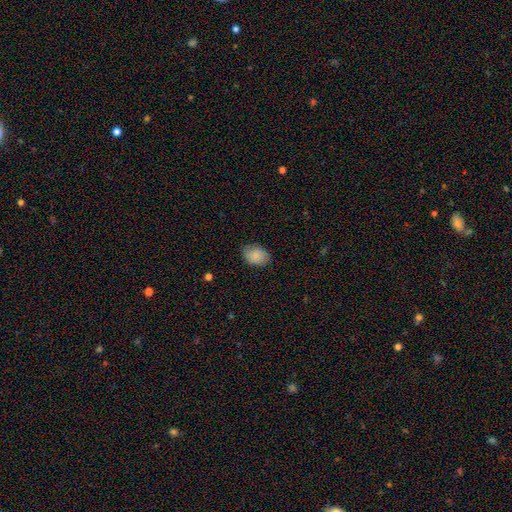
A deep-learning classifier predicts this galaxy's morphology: smooth 87%, star or artifact 7%, featured or disk 6%. Down the decision tree: how rounded — in between (68%); merging — none (81%).